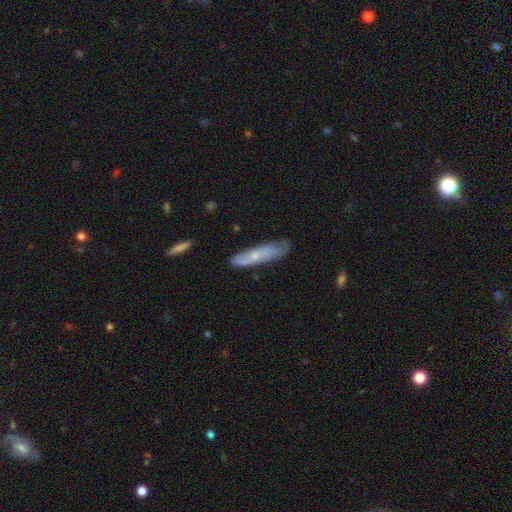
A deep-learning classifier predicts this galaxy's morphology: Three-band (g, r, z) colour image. It shows a smooth galaxy with no disk features (47%). Merging: none (71%).